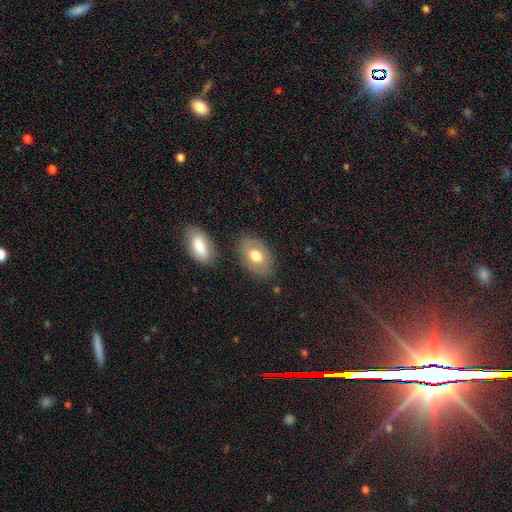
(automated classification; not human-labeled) Smooth or featured?
  - smooth: 67% *
  - featured or disk: 26%
  - star or artifact: 7%
How rounded?
  - in between: 88% *
  - round: 10%
  - cigar-shaped: 1%
Merging?
  - none: 77% *
  - minor disturbance: 13%
  - merger: 6%
  - major disturbance: 4%